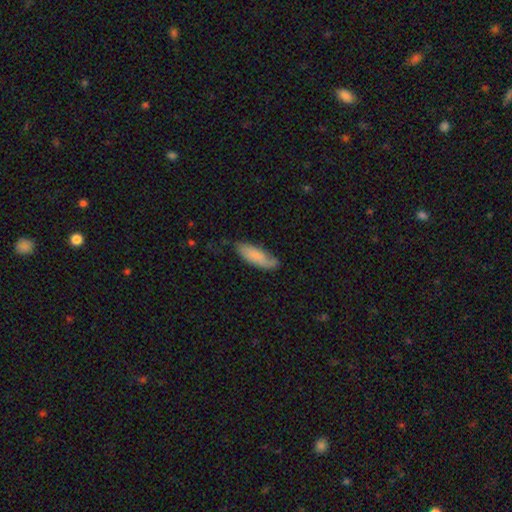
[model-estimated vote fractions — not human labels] This is likely a smooth galaxy (73%). How rounded: likely in between (66%). Merging: likely none (61%).